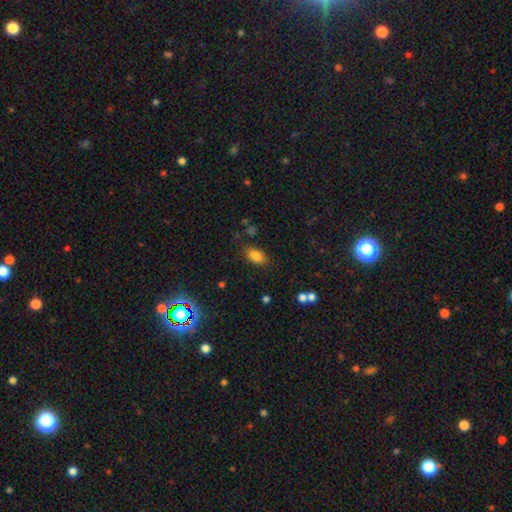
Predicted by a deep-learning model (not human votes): smooth 83%, star or artifact 10%, featured or disk 7%. Down the decision tree: how rounded — in between (89%); merging — none (82%).